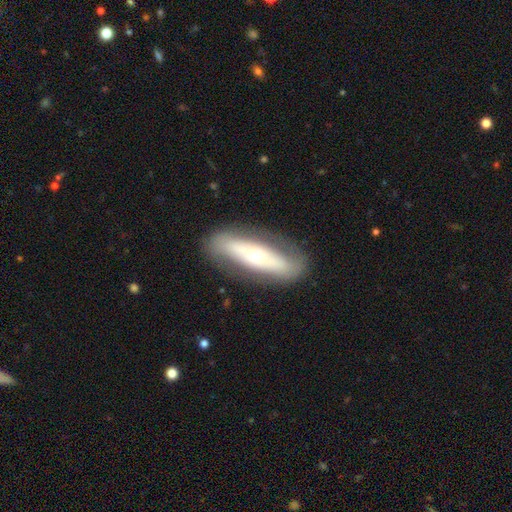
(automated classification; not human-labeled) Q: Smooth or featured?
A: featured or disk (56%); runner-up: smooth (38%)
Q: Edge-on disk?
A: no (65%); runner-up: yes (35%)
Q: Merging?
A: none (78%); runner-up: minor disturbance (14%)